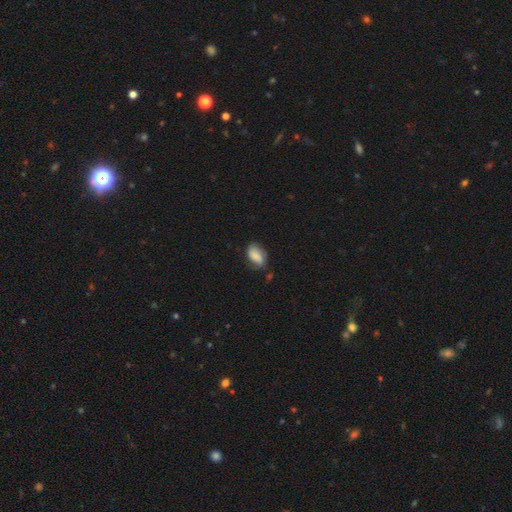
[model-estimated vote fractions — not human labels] The model was most divided on "merging": none: 52%, minor disturbance: 32%, major disturbance: 11%, merger: 4%. More confident: how rounded — in between (88%); smooth or featured — smooth (64%).